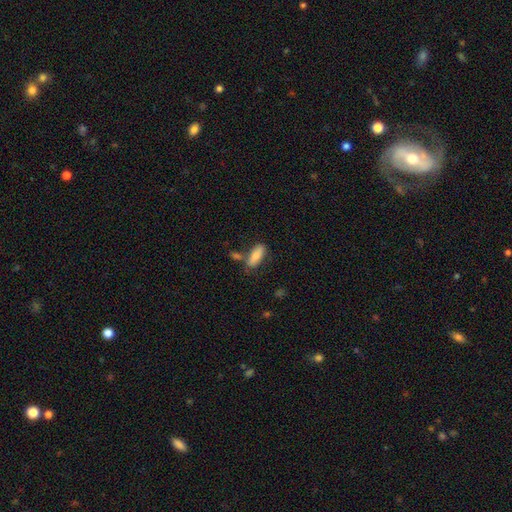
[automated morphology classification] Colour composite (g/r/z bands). It shows a smooth galaxy with no disk features (81%) that is in between round and cigar-shaped (68%). Merging: none (63%).